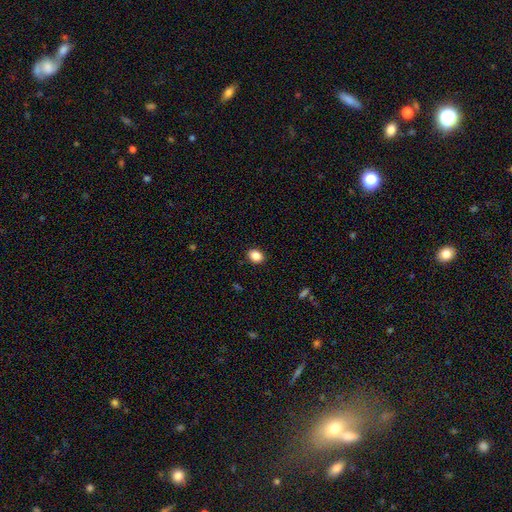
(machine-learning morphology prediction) Smooth or featured: smooth — 87% (star or artifact — 9%)
How rounded: in between — 61% (round — 38%)
Merging: none — 90% (minor disturbance — 7%)